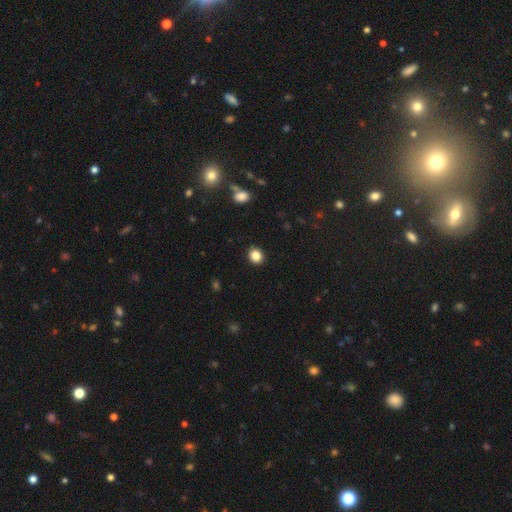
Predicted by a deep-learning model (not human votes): A smooth galaxy with no disk features (86%) that is round (79%).

Vote fractions:
- Smooth or featured? smooth: 86% / star or artifact: 10% / featured or disk: 3%
- How rounded? round: 79% / in between: 20% / cigar-shaped: 1%
- Merging? none: 91% / minor disturbance: 6% / major disturbance: 2% / merger: 1%